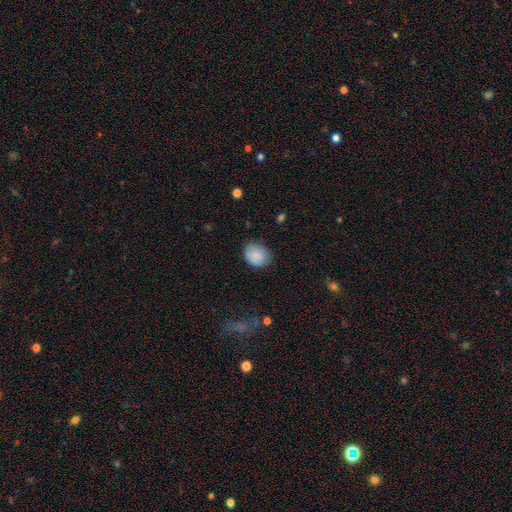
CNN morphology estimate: smooth 87%, star or artifact 7%, featured or disk 6%. Down the decision tree: how rounded — in between (53%); merging — none (75%).